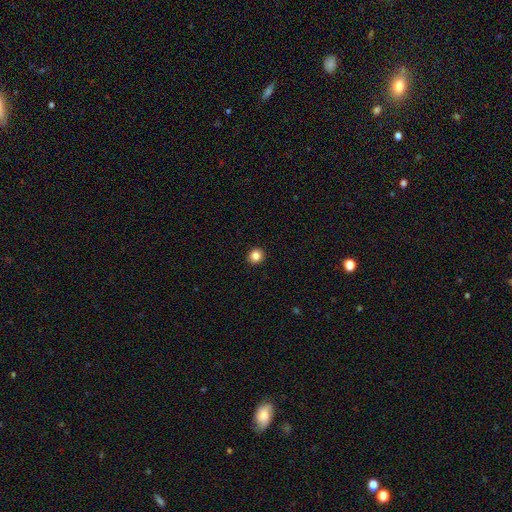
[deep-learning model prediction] This is clearly a smooth galaxy (85%). How rounded: clearly round (85%). Merging: clearly none (93%).